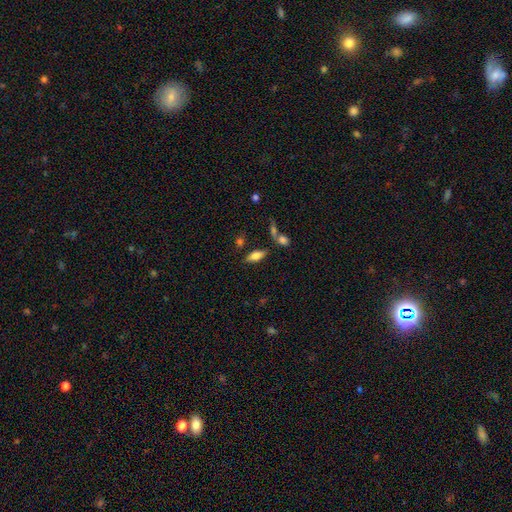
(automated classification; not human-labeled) This appears to be a smooth galaxy with no disk features (70%) that is in between round and cigar-shaped (77%). Merging: none (72%).